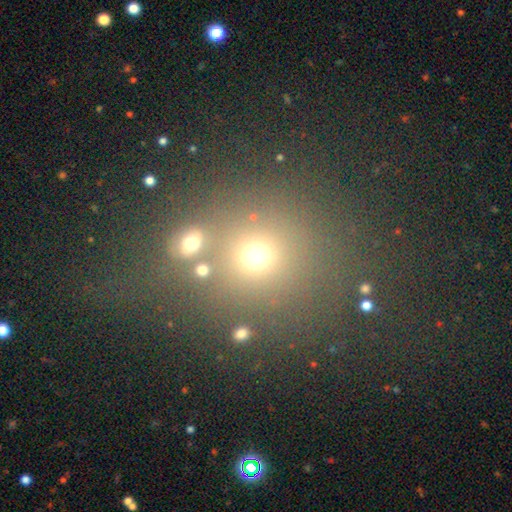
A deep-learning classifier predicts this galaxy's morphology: This is likely a smooth galaxy (62%). How rounded: clearly round (86%). Merging: likely none (63%).